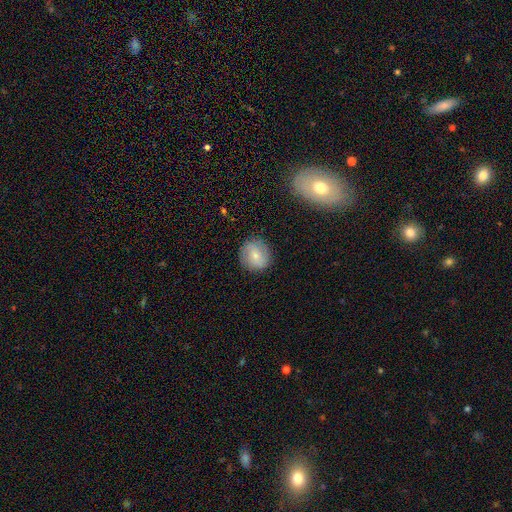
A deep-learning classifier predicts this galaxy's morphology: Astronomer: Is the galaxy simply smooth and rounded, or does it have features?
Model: smooth — 58% (runner-up: featured or disk, 34%).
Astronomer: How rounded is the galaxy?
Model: round — 89%.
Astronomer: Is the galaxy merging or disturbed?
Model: none — 86%.